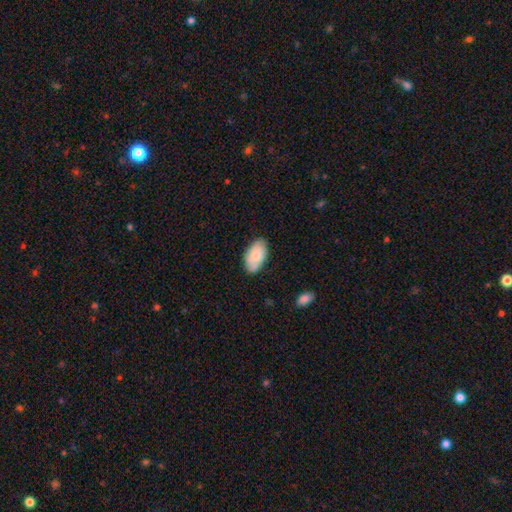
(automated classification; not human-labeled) smooth 79%, featured or disk 14%, star or artifact 6%. Down the decision tree: how rounded — in between (95%); merging — none (75%).